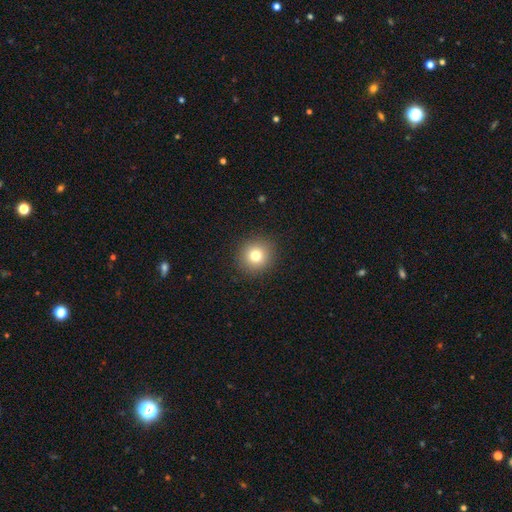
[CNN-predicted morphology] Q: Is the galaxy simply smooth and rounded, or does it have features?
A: smooth — 78%.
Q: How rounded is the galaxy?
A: round — 92%.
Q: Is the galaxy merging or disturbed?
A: none — 91%.